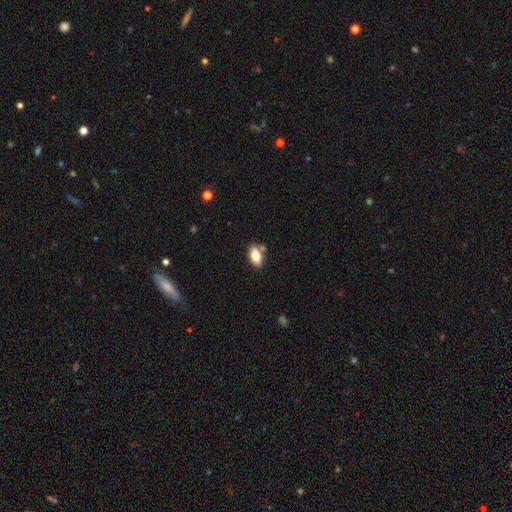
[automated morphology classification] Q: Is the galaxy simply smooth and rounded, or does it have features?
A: smooth — 79%.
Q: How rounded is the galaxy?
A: in between — 91%.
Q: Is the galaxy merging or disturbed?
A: none — 74%.